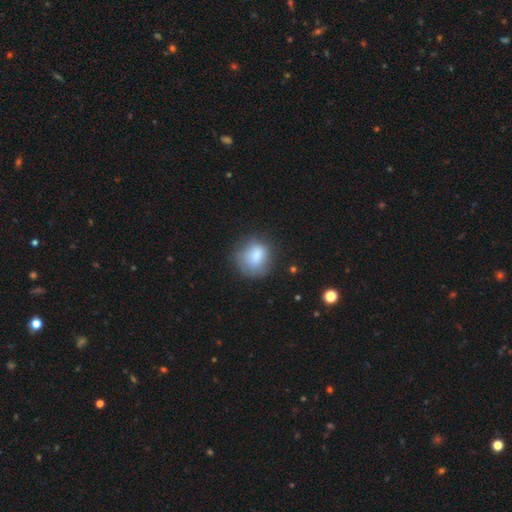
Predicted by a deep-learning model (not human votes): This appears to be a smooth galaxy with no disk features (81%) that is round (79%). Merging: none (70%).